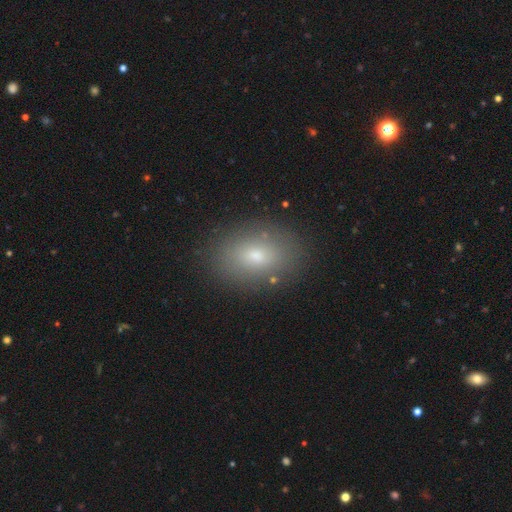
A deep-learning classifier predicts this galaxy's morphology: The model was most divided on "smooth or featured": smooth: 72%, featured or disk: 15%, star or artifact: 13%. More confident: merging — none (85%); how rounded — in between (80%).